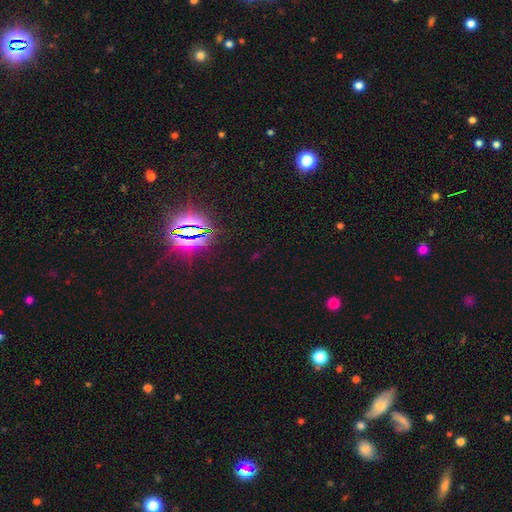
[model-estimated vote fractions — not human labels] Q: Smooth or featured?
A: star or artifact (75%); runner-up: smooth (17%)